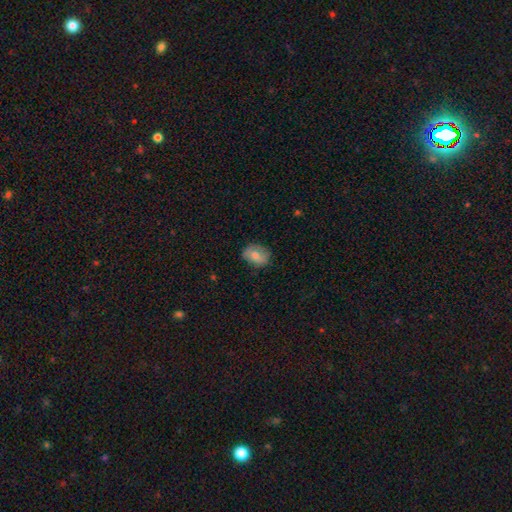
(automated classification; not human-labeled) Morphology: type=smooth (73%); roundness=in between (70%); merging=none (78%).